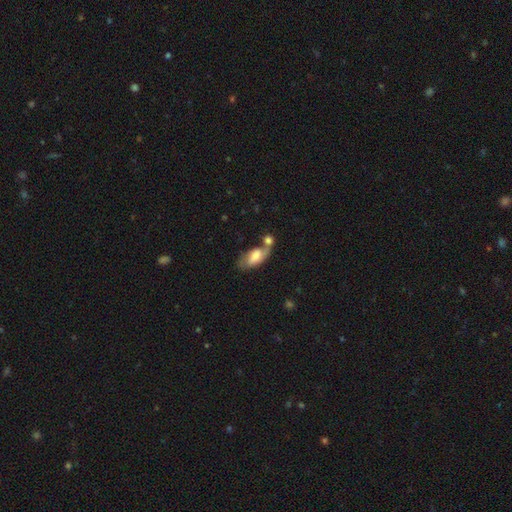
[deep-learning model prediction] Morphology: type=smooth (58%); roundness=in between (86%); merging=merger (39%).